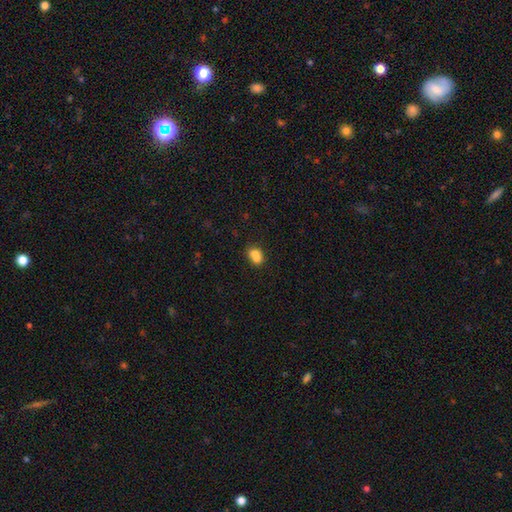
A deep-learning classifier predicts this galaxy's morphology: A smooth galaxy with no disk features (76%) that is in between round and cigar-shaped (55%).

Vote fractions:
- Smooth or featured? smooth: 76% / featured or disk: 13% / star or artifact: 11%
- How rounded? in between: 55% / round: 43% / cigar-shaped: 1%
- Merging? merger: 50% / none: 34% / minor disturbance: 11% / major disturbance: 4%